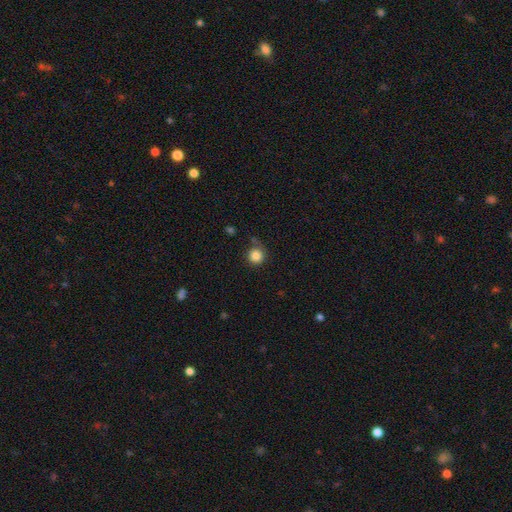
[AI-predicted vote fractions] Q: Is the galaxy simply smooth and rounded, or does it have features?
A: smooth — 85%.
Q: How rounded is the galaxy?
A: round — 94%.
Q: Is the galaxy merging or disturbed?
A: none — 74%.